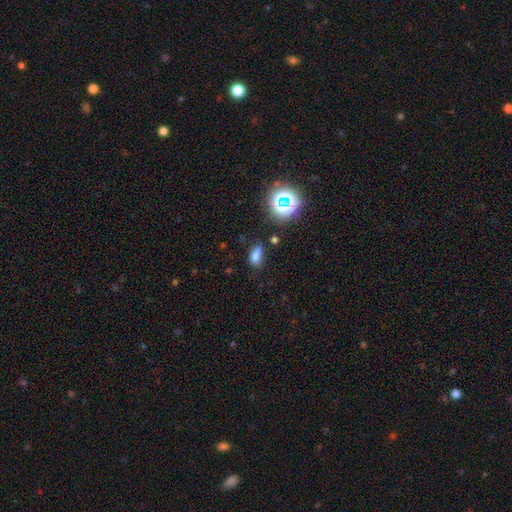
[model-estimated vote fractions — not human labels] Smooth or featured?
  - smooth: 71% *
  - star or artifact: 20%
  - featured or disk: 9%
How rounded?
  - in between: 83% *
  - round: 13%
  - cigar-shaped: 5%
Merging?
  - none: 58% *
  - minor disturbance: 26%
  - major disturbance: 9%
  - merger: 7%